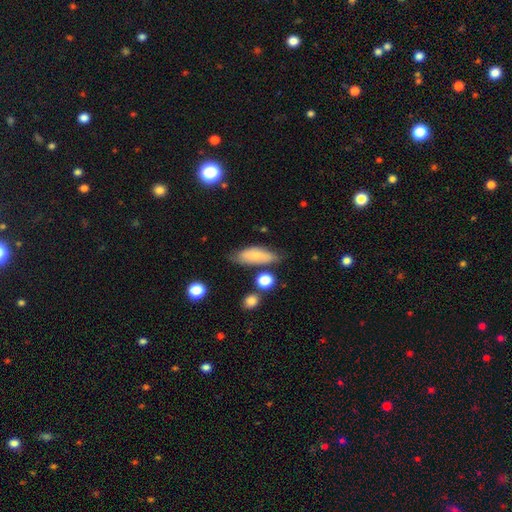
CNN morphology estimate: Smooth or featured? smooth (73%)
How rounded? in between (67%)
Merging? none (69%)